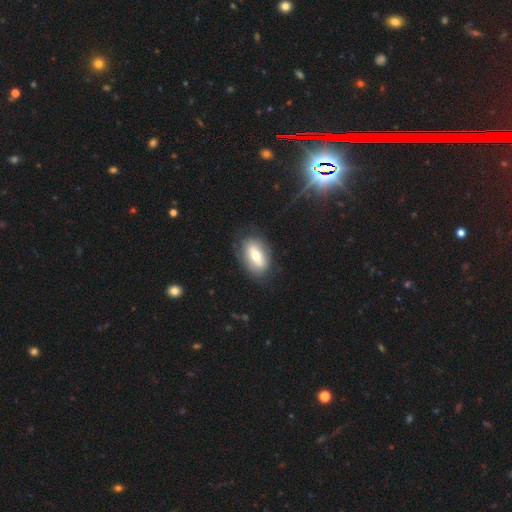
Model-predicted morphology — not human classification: Smooth or featured? smooth (53%)
How rounded? in between (87%)
Merging? none (79%)